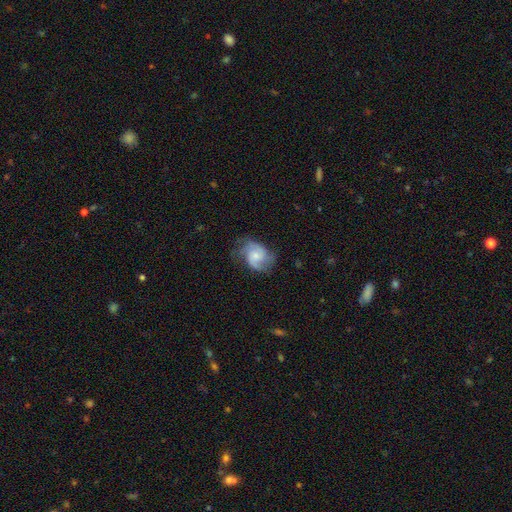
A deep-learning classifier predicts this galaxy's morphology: A featured or disk galaxy (73%) with no bar (61%), 2 (76%) medium (50%) spiral arms (94%) and a small central bulge (49%).

Vote fractions:
- Smooth or featured? featured or disk: 73% / smooth: 20% / star or artifact: 7%
- Edge-on disk? no: 98% / yes: 2%
- Bar? no: 61% / weak: 34% / strong: 5%
- Spiral arms? yes: 94% / no: 6%
- Spiral winding? medium: 50% / loose: 25% / tight: 25%
- Spiral arm count? 2: 76% / can't tell: 9% / 3: 8% / 1: 4% / 4: 2% / more than 4: 2%
- Bulge size? small: 49% / moderate: 37% / none: 9% / large: 4% / dominant: 1%
- Merging? none: 63% / minor disturbance: 24% / major disturbance: 12% / merger: 1%